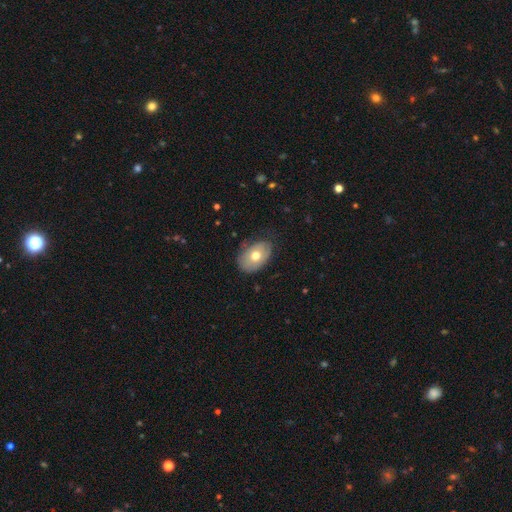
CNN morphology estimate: This is likely a smooth galaxy (66%). How rounded: clearly in between (84%). Merging: likely none (72%).